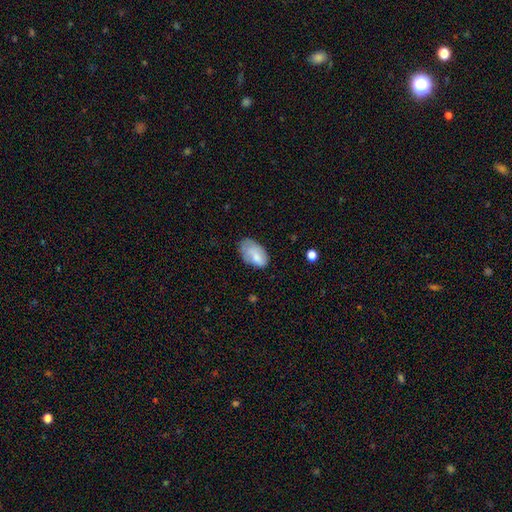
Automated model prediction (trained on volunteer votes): Overall: smooth (74%). How rounded: in between (93%). Merging: none (49%; minor disturbance 34%).